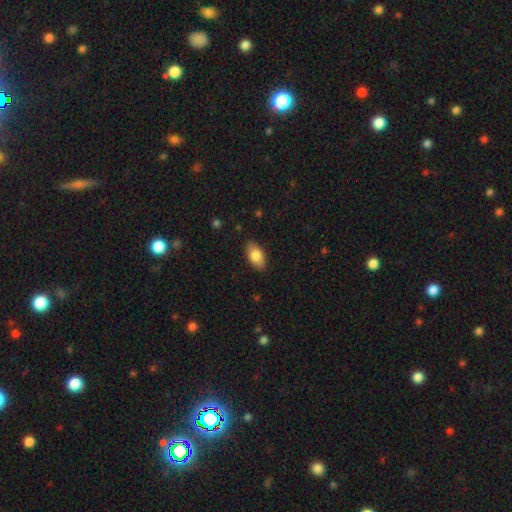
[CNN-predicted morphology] The model was most divided on "smooth or featured": smooth: 81%, featured or disk: 12%, star or artifact: 7%. More confident: how rounded — in between (92%); merging — none (85%).